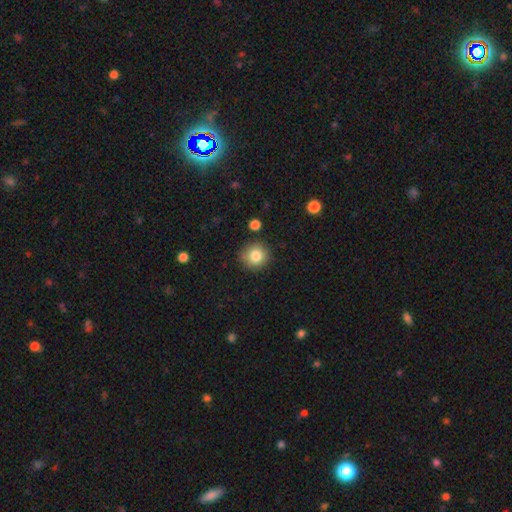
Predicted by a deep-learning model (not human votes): Q: Smooth or featured?
A: smooth (82%); runner-up: star or artifact (10%)
Q: How rounded?
A: round (92%); runner-up: in between (7%)
Q: Merging?
A: none (88%); runner-up: minor disturbance (8%)